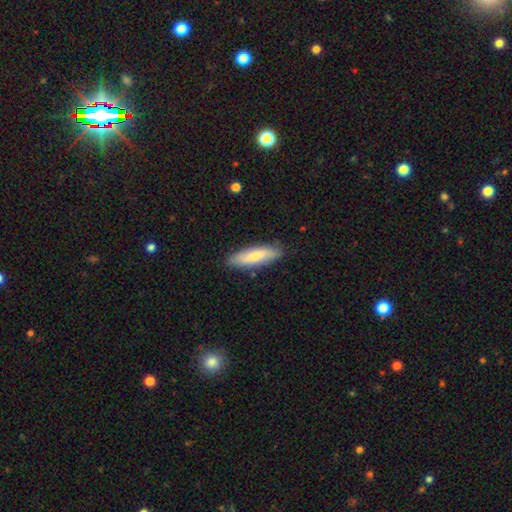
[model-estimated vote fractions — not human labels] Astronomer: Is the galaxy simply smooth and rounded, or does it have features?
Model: smooth — 71%.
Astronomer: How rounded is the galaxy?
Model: cigar-shaped — 57% (runner-up: in between, 41%).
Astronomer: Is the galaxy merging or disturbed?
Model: none — 85%.